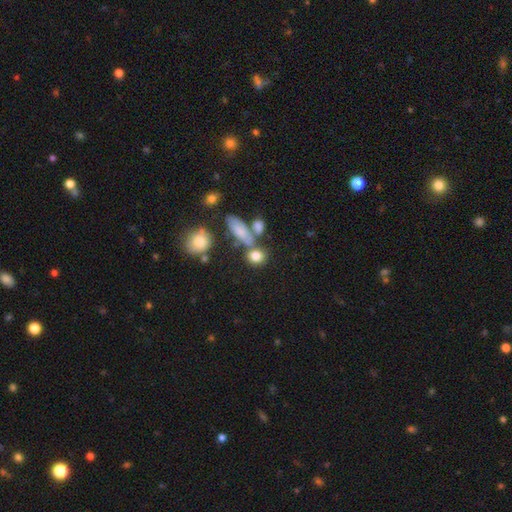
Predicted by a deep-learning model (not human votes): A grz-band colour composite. It shows a smooth galaxy with no disk features (79%) that is round (61%). Merging: none (57%).